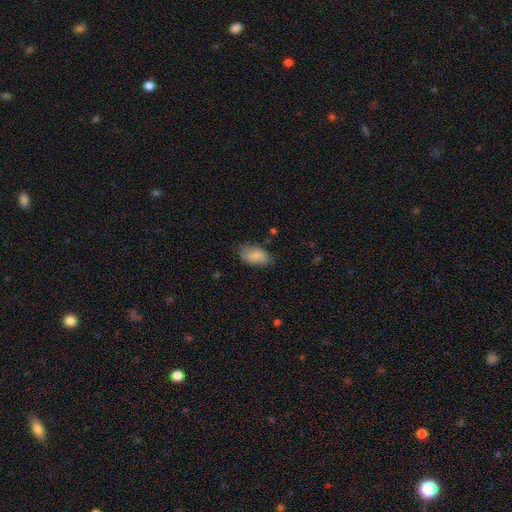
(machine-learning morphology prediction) smooth 83%, featured or disk 10%, star or artifact 7%. Down the decision tree: how rounded — in between (93%); merging — none (73%).